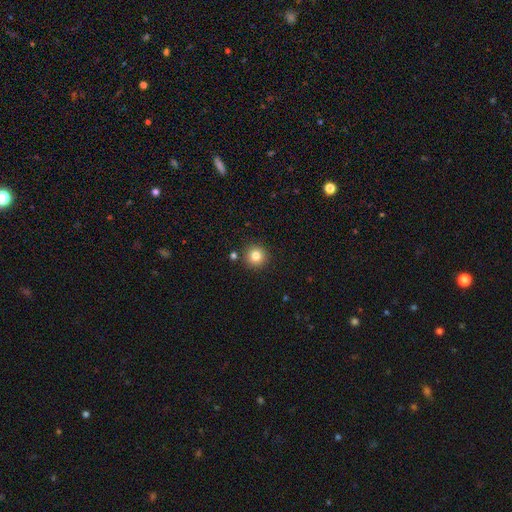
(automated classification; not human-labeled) smooth 81%, star or artifact 12%, featured or disk 7%. Down the decision tree: how rounded — round (95%); merging — none (88%).